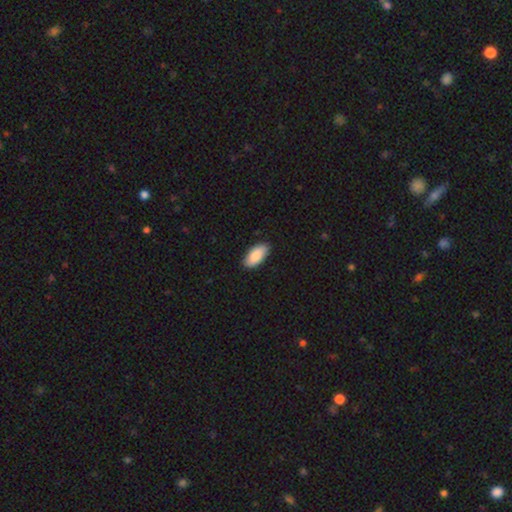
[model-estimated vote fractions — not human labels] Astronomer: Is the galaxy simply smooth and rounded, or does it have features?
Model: smooth — 88%.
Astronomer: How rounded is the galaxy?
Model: in between — 92%.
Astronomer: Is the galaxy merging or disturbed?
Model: none — 89%.